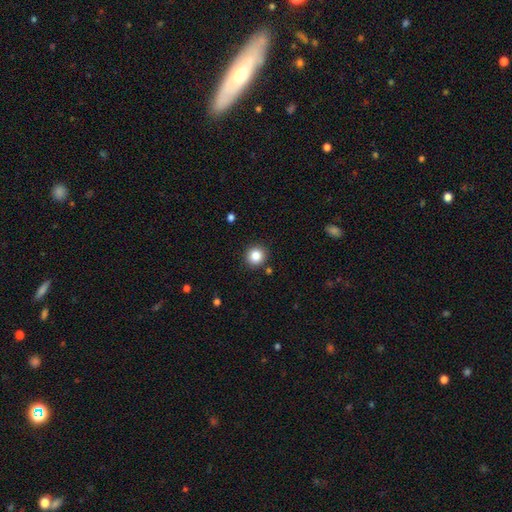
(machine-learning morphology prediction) This is clearly a smooth galaxy (84%). How rounded: clearly round (91%). Merging: clearly none (90%).